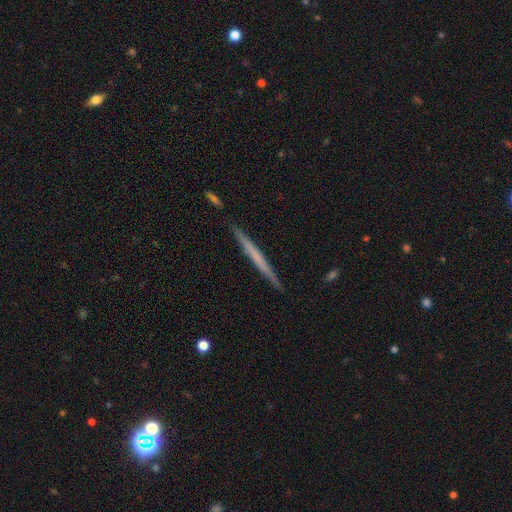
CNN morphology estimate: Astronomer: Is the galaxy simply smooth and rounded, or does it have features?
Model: featured or disk — 50% (runner-up: smooth, 45%).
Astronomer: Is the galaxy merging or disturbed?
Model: none — 90%.